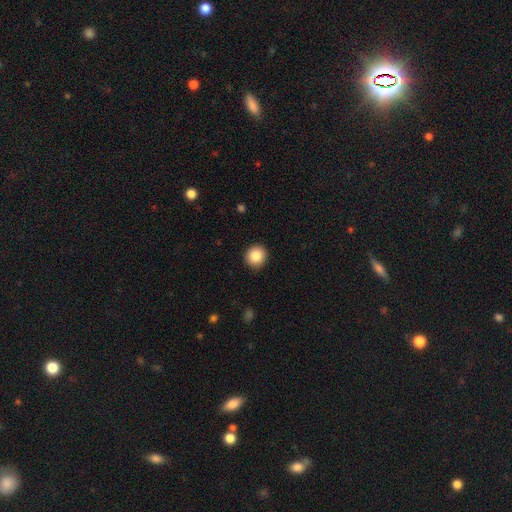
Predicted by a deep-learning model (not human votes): Q: Smooth or featured?
A: smooth (85%); runner-up: star or artifact (9%)
Q: How rounded?
A: round (92%); runner-up: in between (7%)
Q: Merging?
A: none (92%); runner-up: minor disturbance (6%)